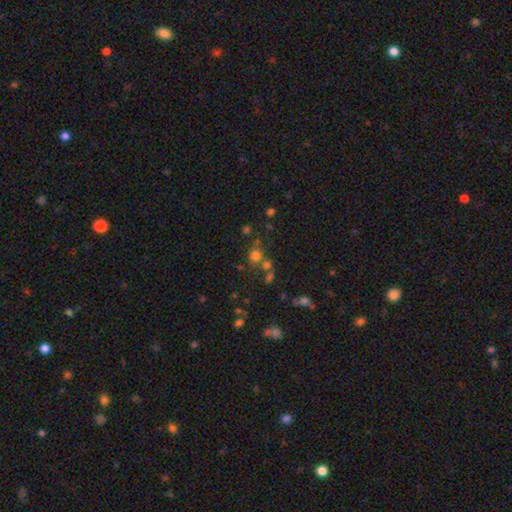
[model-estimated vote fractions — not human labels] Q: Smooth or featured?
A: smooth (69%); runner-up: star or artifact (22%)
Q: How rounded?
A: round (85%); runner-up: in between (14%)
Q: Merging?
A: none (62%); runner-up: merger (22%)